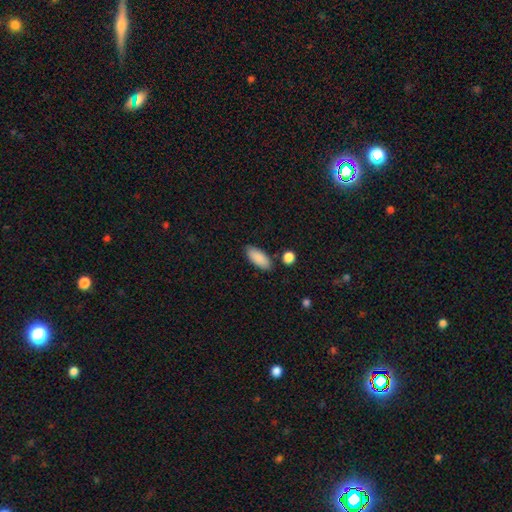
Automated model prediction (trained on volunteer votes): A smooth galaxy with no disk features (88%) that is in between round and cigar-shaped (82%).

Vote fractions:
- Smooth or featured? smooth: 88% / star or artifact: 7% / featured or disk: 5%
- How rounded? in between: 82% / cigar-shaped: 16% / round: 2%
- Merging? none: 84% / minor disturbance: 10% / merger: 3% / major disturbance: 2%